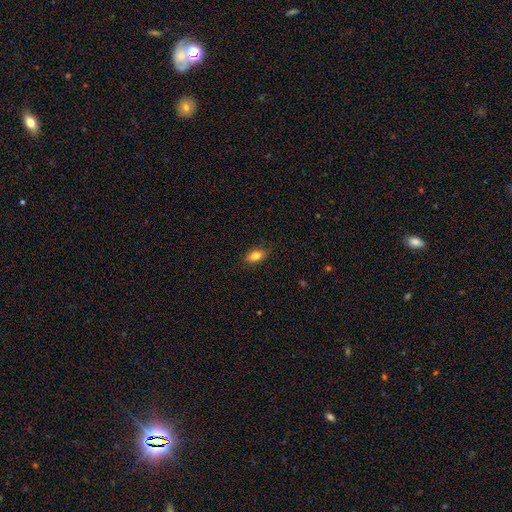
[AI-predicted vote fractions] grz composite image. It shows a smooth galaxy with no disk features (81%) that is in between round and cigar-shaped (86%). Merging: none (84%).